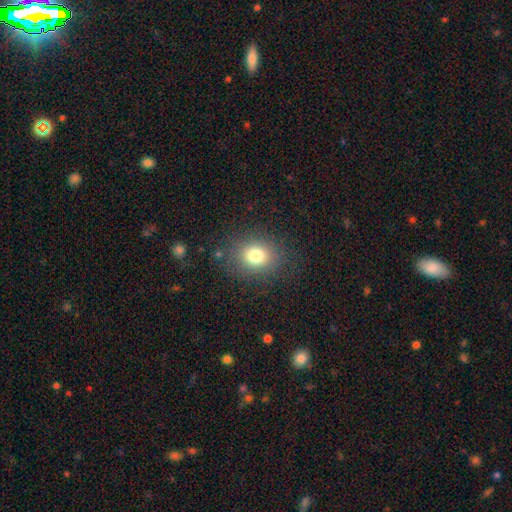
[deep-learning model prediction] Smooth or featured? Predicted: smooth (p=0.78). How rounded? Predicted: round (p=0.61). Merging? Predicted: none (p=0.84).